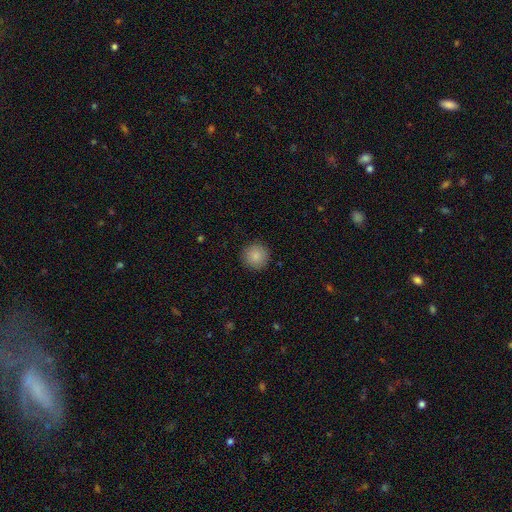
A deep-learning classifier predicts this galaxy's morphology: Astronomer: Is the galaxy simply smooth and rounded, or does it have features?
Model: smooth — 87%.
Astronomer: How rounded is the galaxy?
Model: round — 96%.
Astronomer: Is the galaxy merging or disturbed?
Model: none — 91%.